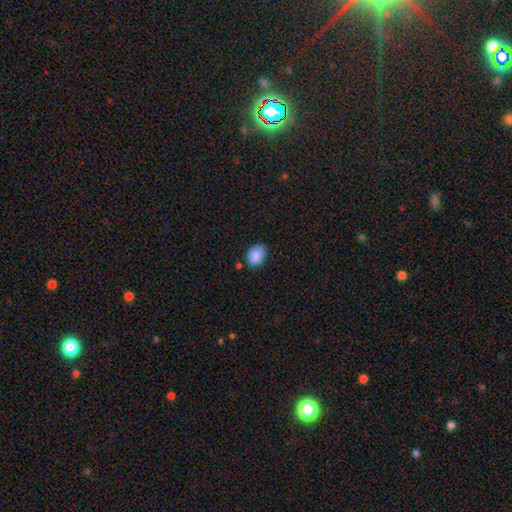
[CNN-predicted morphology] Q: Smooth or featured?
A: smooth (87%); runner-up: star or artifact (8%)
Q: How rounded?
A: in between (77%); runner-up: round (22%)
Q: Merging?
A: none (73%); runner-up: minor disturbance (21%)